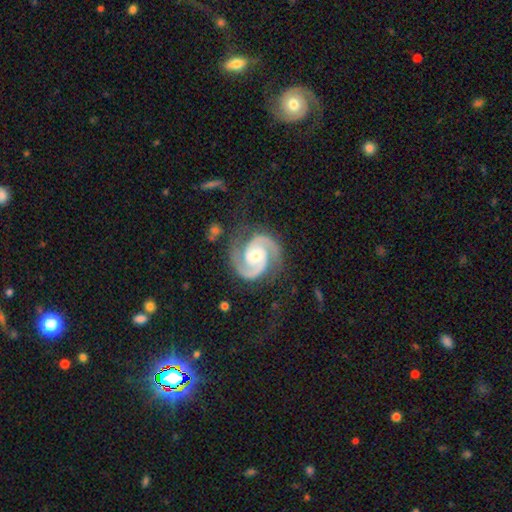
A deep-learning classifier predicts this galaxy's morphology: This appears to be a featured or disk galaxy (94%) with no bar (58%), 2 (94%) medium (49%) spiral arms (99%) and a moderate central bulge (56%). Merging: none (79%).